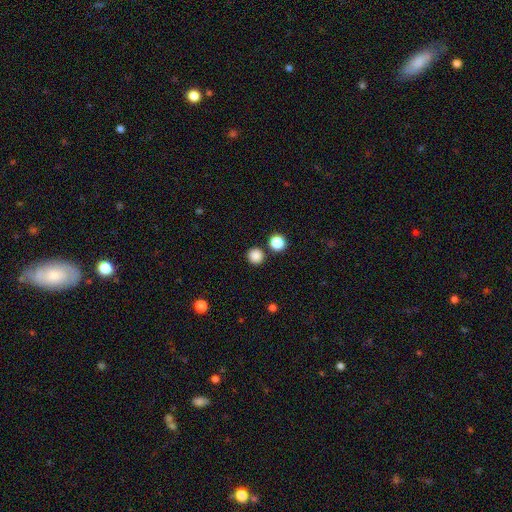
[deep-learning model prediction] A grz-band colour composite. It shows a smooth galaxy with no disk features (85%) that is round (94%). Merging: none (87%).